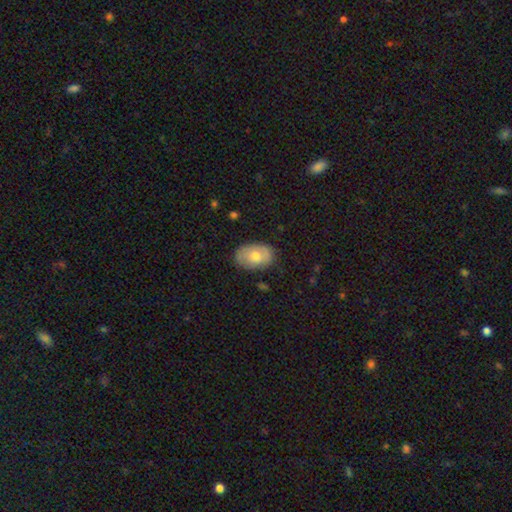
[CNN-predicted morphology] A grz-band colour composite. It shows a smooth galaxy with no disk features (68%) that is in between round and cigar-shaped (87%). Merging: none (77%).